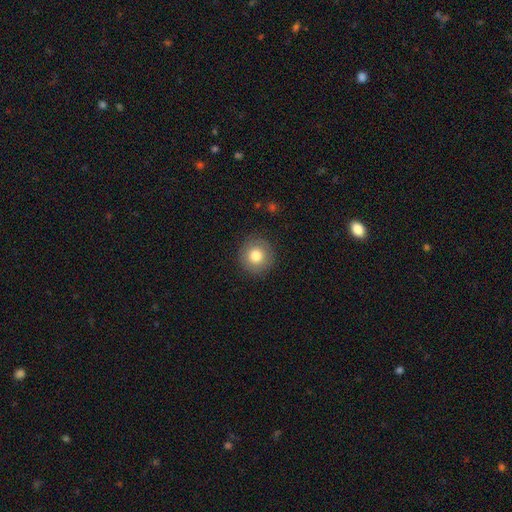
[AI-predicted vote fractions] Overall: smooth (79%). How rounded: round (94%). Merging: none (89%).